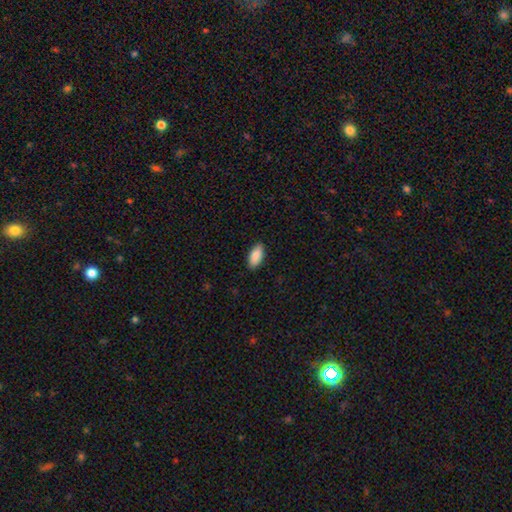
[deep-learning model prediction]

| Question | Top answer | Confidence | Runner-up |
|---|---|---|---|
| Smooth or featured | smooth | 89% | star or artifact (6%) |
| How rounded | in between | 91% | cigar-shaped (7%) |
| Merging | none | 89% | minor disturbance (8%) |